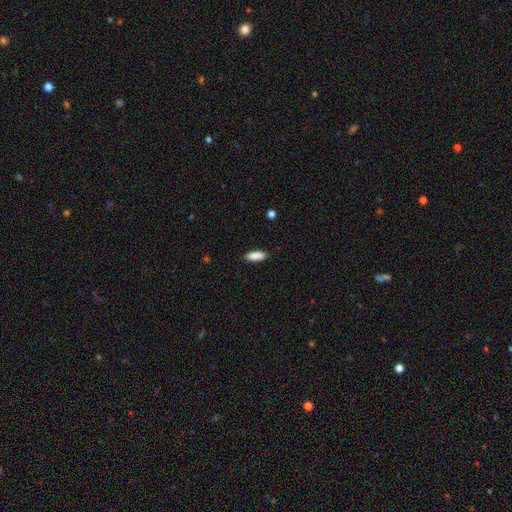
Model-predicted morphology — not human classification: smooth-or-featured: smooth: 89% | star or artifact: 6% | featured or disk: 4%
  how-rounded: in between: 73% | cigar-shaped: 25% | round: 2%
  merging: none: 88% | minor disturbance: 9% | major disturbance: 2% | merger: 1%